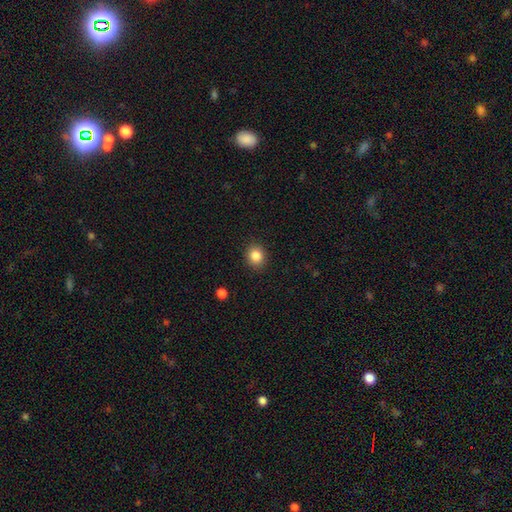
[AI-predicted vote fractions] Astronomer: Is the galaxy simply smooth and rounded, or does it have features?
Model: smooth — 85%.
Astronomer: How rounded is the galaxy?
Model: round — 75%.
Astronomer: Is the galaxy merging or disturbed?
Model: none — 90%.